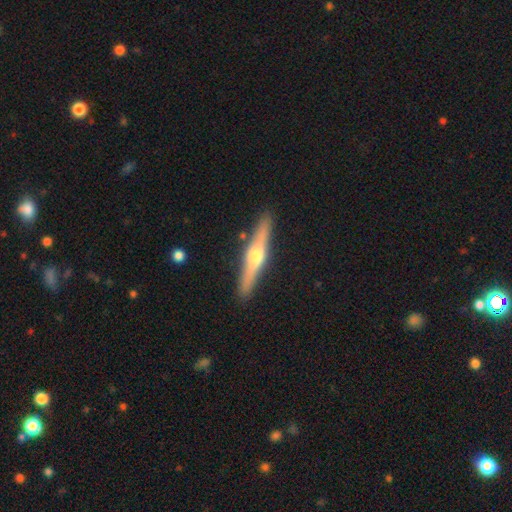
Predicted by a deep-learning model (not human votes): Overall: featured or disk (67%; smooth 28%). Edge-on disk: yes (97%). Edge-on bulge: rounded (91%). Merging: none (89%).